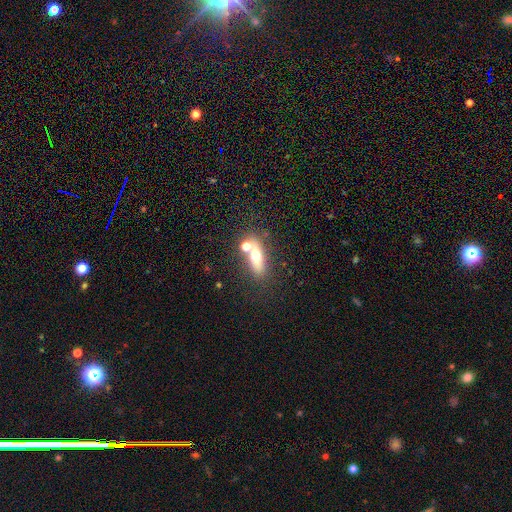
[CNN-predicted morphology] Overall: smooth (59%; featured or disk 29%). How rounded: in between (57%; cigar-shaped 29%). Merging: none (53%; merger 30%).